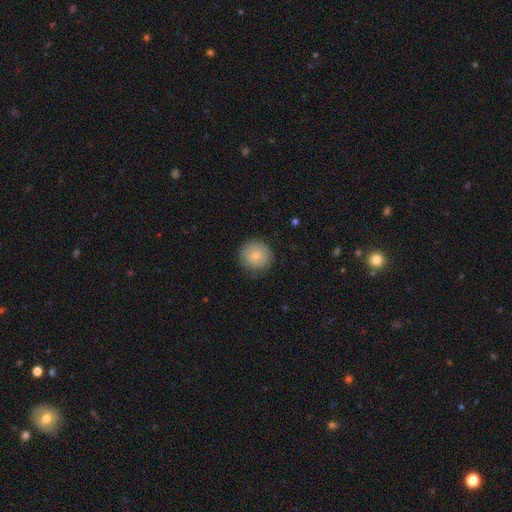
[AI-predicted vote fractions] smooth 76%, featured or disk 16%, star or artifact 8%. Down the decision tree: how rounded — round (94%); merging — none (83%).